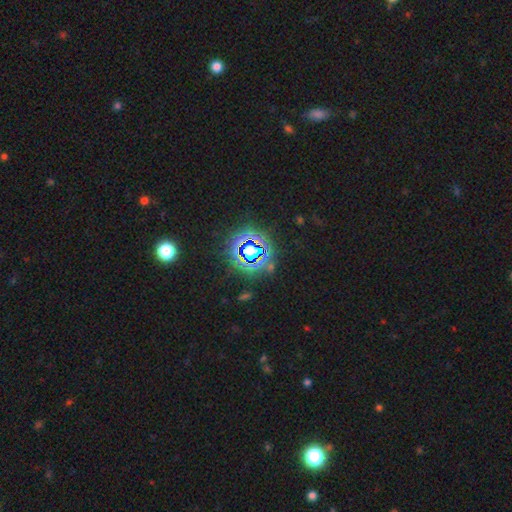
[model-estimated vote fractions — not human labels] smooth_or_featured: star or artifact (p=0.77) [alt: smooth p=0.14]